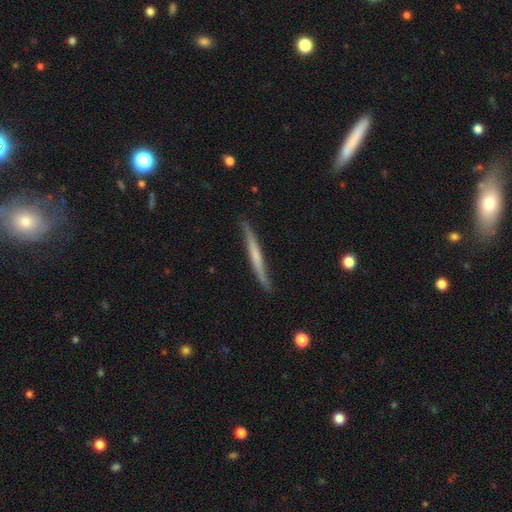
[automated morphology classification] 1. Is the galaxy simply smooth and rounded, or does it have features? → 52% featured or disk, 42% smooth, 6% star or artifact.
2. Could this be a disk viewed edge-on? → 95% yes, 5% no.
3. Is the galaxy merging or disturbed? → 85% none, 11% minor disturbance, 2% major disturbance, 1% merger.